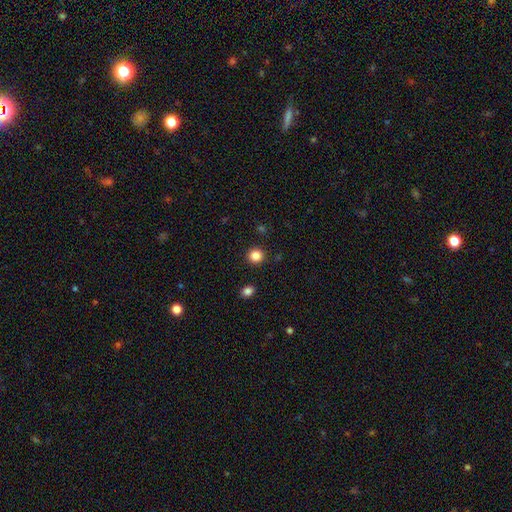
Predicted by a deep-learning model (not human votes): Overall: smooth (85%). How rounded: round (91%). Merging: none (91%).